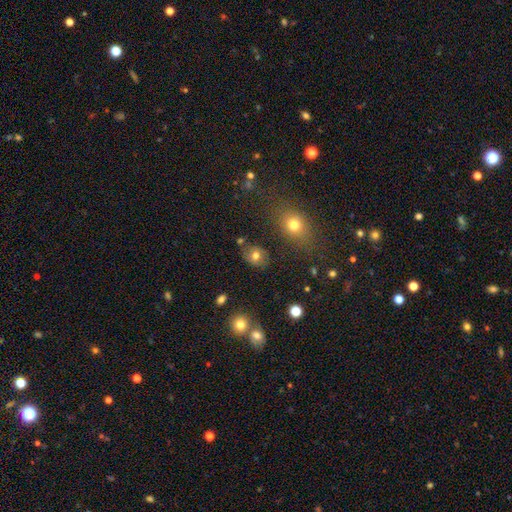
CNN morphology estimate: Smooth or featured? smooth (71%)
How rounded? round (52%)
Merging? none (75%)